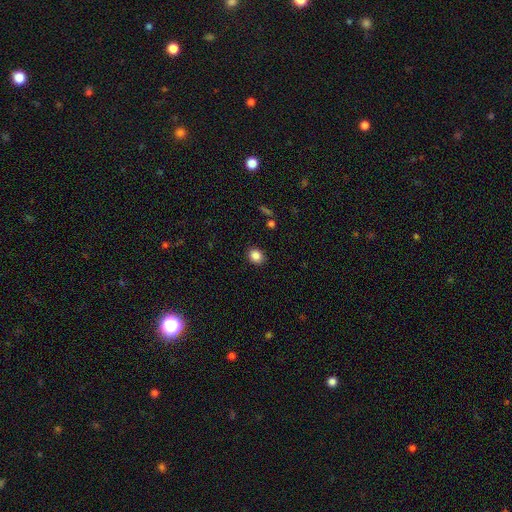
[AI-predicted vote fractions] Q: Smooth or featured?
A: smooth (86%); runner-up: star or artifact (10%)
Q: How rounded?
A: round (68%); runner-up: in between (31%)
Q: Merging?
A: none (90%); runner-up: minor disturbance (7%)